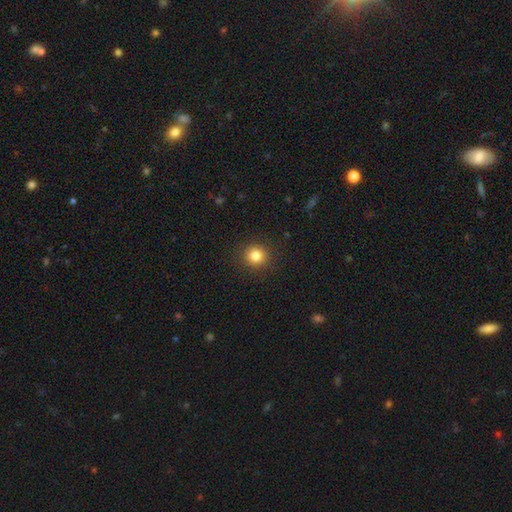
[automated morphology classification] This appears to be a smooth galaxy with no disk features (83%) that is round (92%). Merging: none (91%).